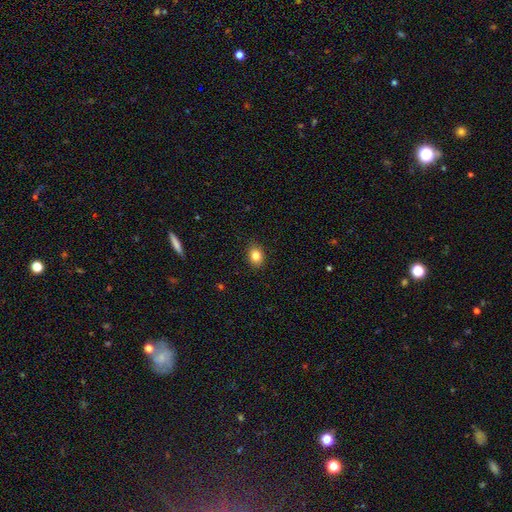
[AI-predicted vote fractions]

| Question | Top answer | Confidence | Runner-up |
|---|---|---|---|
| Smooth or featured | smooth | 83% | star or artifact (10%) |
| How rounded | in between | 52% | round (47%) |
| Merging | none | 89% | minor disturbance (8%) |